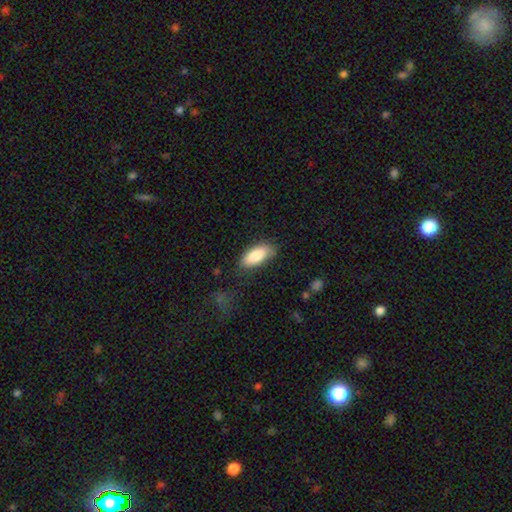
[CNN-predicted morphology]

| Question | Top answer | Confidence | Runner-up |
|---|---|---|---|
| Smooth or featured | smooth | 85% | featured or disk (9%) |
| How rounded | in between | 84% | cigar-shaped (15%) |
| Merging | none | 78% | minor disturbance (16%) |